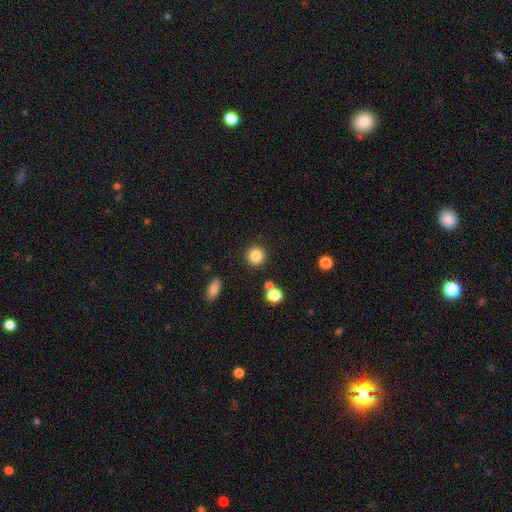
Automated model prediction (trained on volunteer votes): A smooth galaxy with no disk features (86%) that is round (92%). Merging: none (87%).